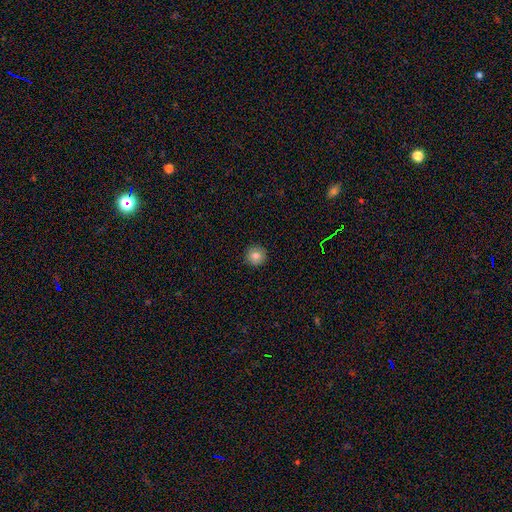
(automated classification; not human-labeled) smooth-or-featured: smooth: 80% | star or artifact: 10% | featured or disk: 9%
  how-rounded: round: 95% | in between: 4% | cigar-shaped: 1%
  merging: none: 91% | minor disturbance: 6% | major disturbance: 2% | merger: 1%